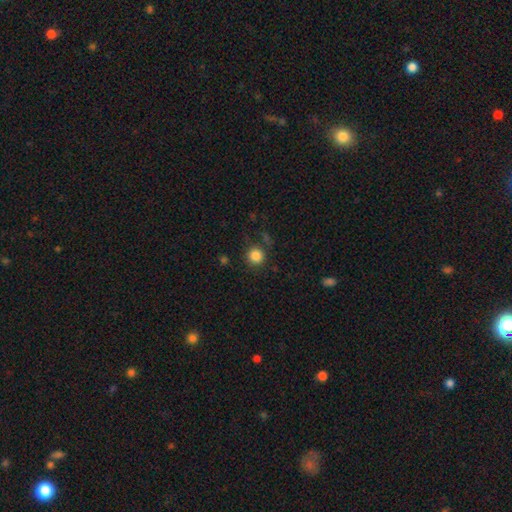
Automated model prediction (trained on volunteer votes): Smooth or featured: smooth — 85% (star or artifact — 11%)
How rounded: round — 93% (in between — 6%)
Merging: none — 83% (minor disturbance — 9%)